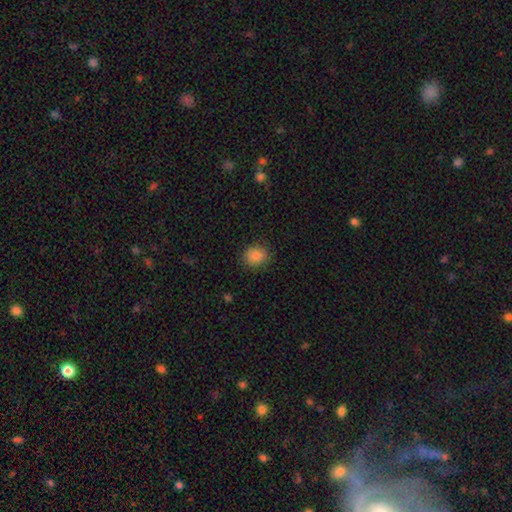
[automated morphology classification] Smooth or featured? smooth (85%)
How rounded? round (74%)
Merging? none (87%)